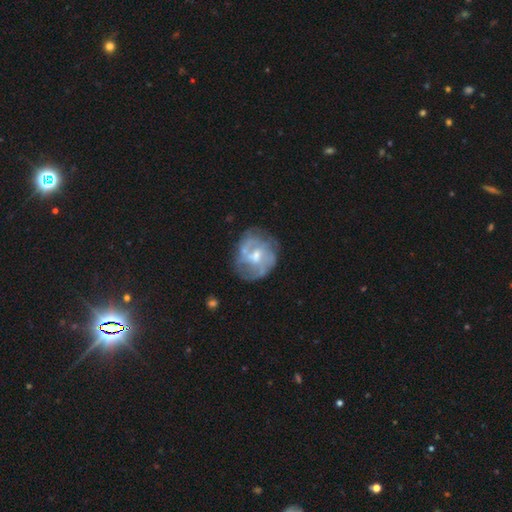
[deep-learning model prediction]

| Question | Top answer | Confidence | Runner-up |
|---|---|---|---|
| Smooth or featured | featured or disk | 73% | smooth (20%) |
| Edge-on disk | no | 98% | yes (2%) |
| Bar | no | 45% | tied: weak (45%) |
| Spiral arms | yes | 73% | no (27%) |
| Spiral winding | medium | 41% | tight (37%) |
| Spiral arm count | can't tell | 38% | 2 (36%) |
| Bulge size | moderate | 58% | small (33%) |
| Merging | none | 63% | minor disturbance (21%) |